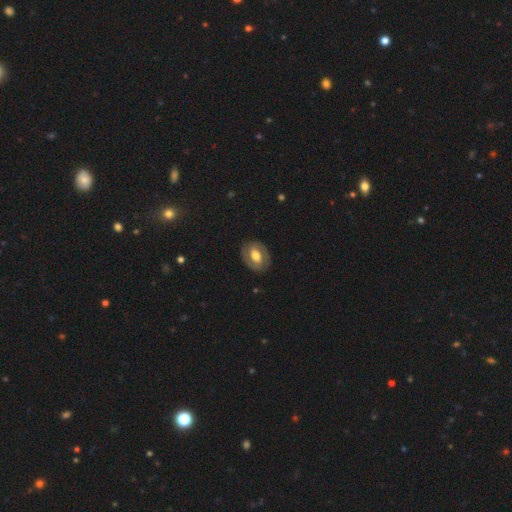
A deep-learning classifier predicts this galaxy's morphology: Smooth or featured? Predicted: featured or disk (p=0.54). Edge-on disk? Predicted: no (p=0.95). Bar? Predicted: no (p=0.45). Spiral arms? Predicted: yes (p=0.50, tied with no). Bulge size? Predicted: moderate (p=0.62). Merging? Predicted: none (p=0.84).